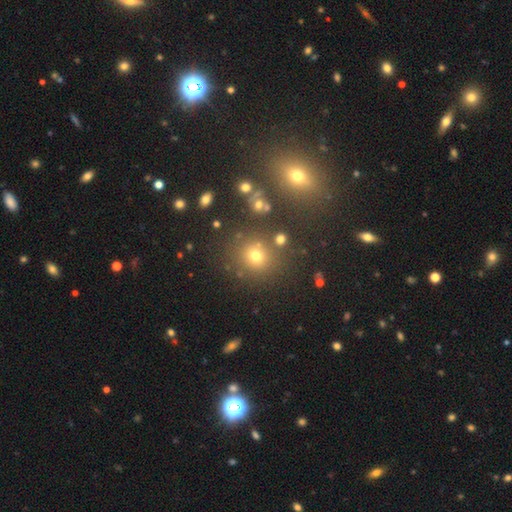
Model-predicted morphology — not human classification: Overall: smooth (67%). How rounded: round (84%). Merging: none (76%).